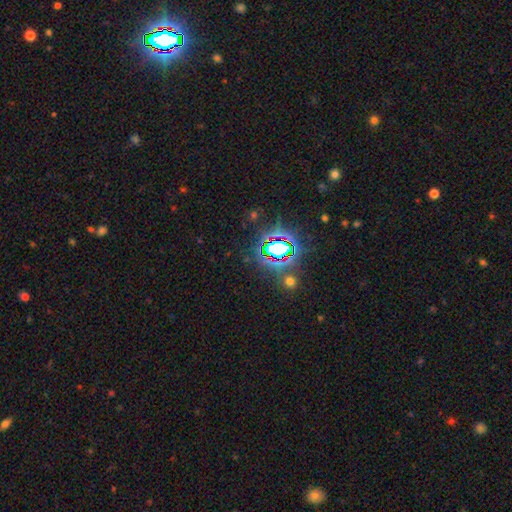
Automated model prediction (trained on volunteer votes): Overall: star or artifact (81%).